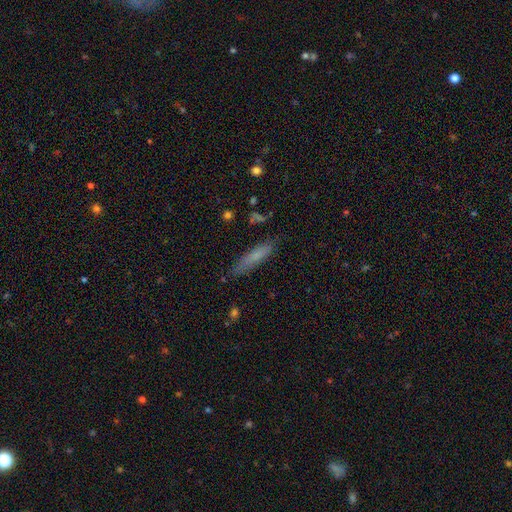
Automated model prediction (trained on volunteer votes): This is likely a smooth galaxy (73%). How rounded: clearly cigar-shaped (83%). Merging: likely none (79%).